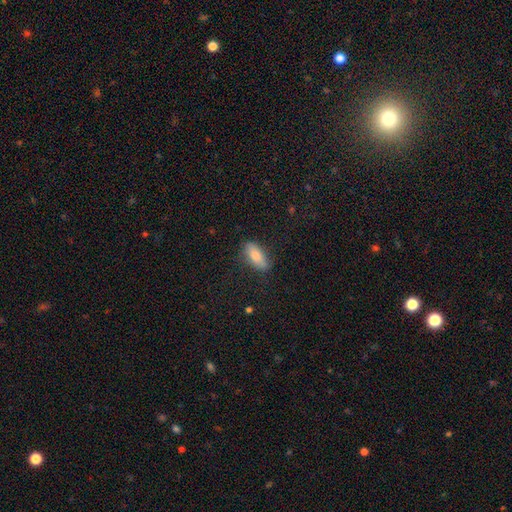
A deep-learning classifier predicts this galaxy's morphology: Smooth or featured? Predicted: smooth (p=0.77). How rounded? Predicted: in between (p=0.80). Merging? Predicted: none (p=0.80).